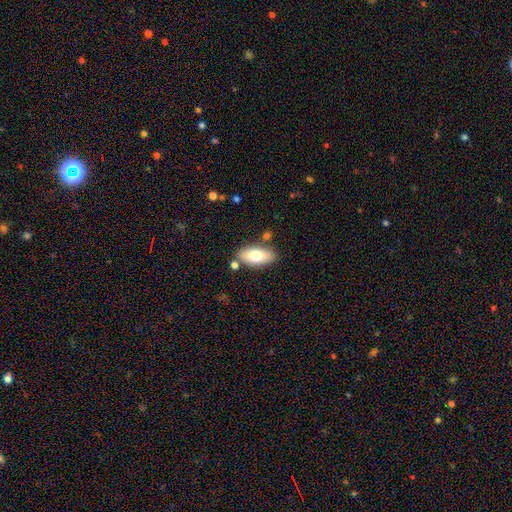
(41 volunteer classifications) This is likely a smooth galaxy (71%). How rounded: clearly in between (93%). Merging: likely none (70%).